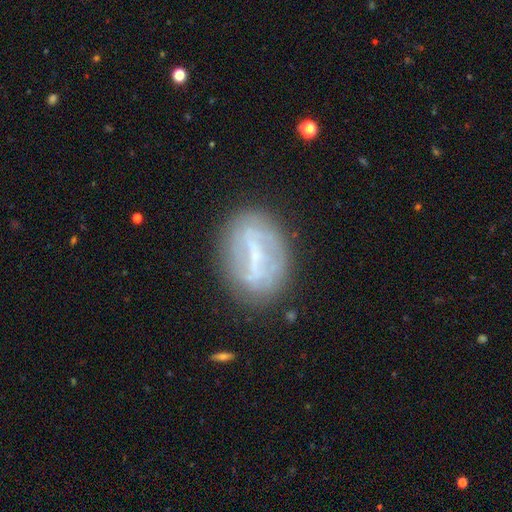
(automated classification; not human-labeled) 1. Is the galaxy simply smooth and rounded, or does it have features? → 67% featured or disk, 24% smooth, 9% star or artifact.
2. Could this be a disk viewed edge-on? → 92% no, 8% yes.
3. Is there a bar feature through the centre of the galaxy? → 60% strong, 28% weak, 12% no.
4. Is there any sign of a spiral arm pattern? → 61% no, 39% yes.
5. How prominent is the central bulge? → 51% small, 31% none, 15% moderate, 2% large, 1% dominant.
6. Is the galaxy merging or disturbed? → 75% none, 16% minor disturbance, 7% major disturbance, 2% merger.